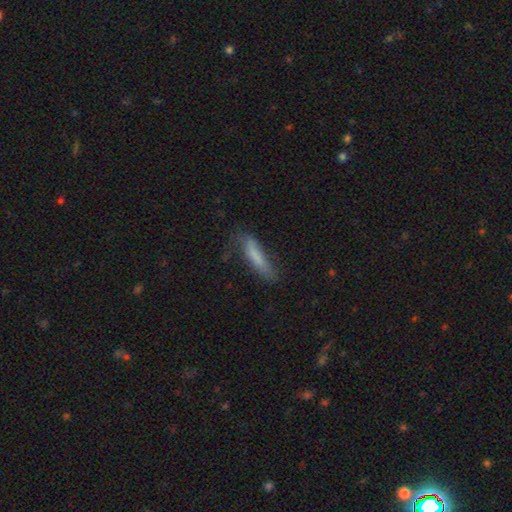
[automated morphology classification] A smooth galaxy with no disk features (70%) that is cigar-shaped (80%). Merging: none (55%).